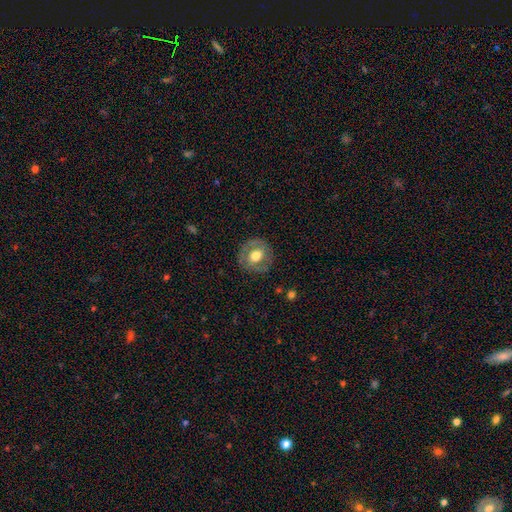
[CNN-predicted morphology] Overall: smooth (52%; featured or disk 41%). How rounded: round (85%). Merging: none (82%).